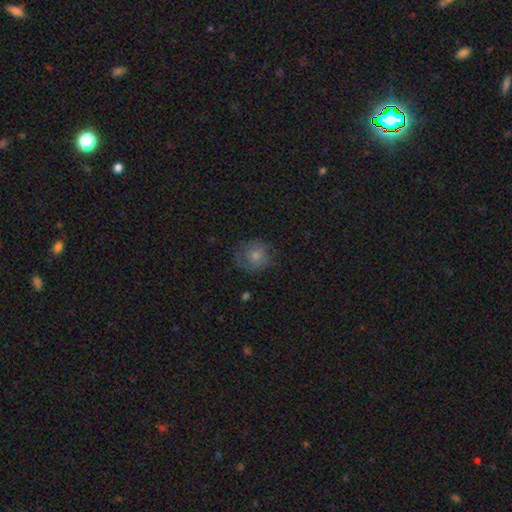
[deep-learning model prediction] The model was most divided on "smooth or featured": smooth: 69%, featured or disk: 22%, star or artifact: 9%. More confident: how rounded — round (84%); merging — none (70%).